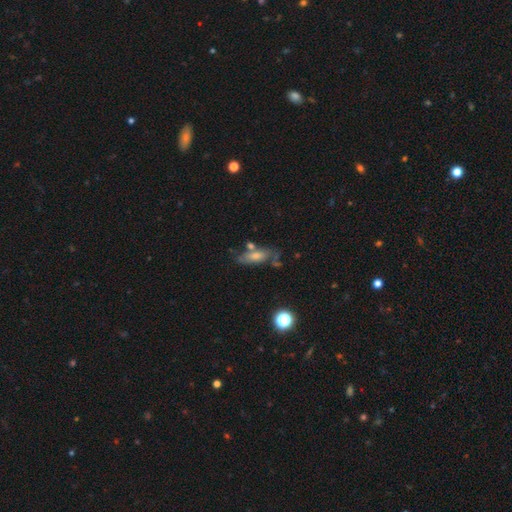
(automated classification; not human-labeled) This appears to be a smooth galaxy with no disk features (61%) that is in between round and cigar-shaped (67%). Merging: none (53%).